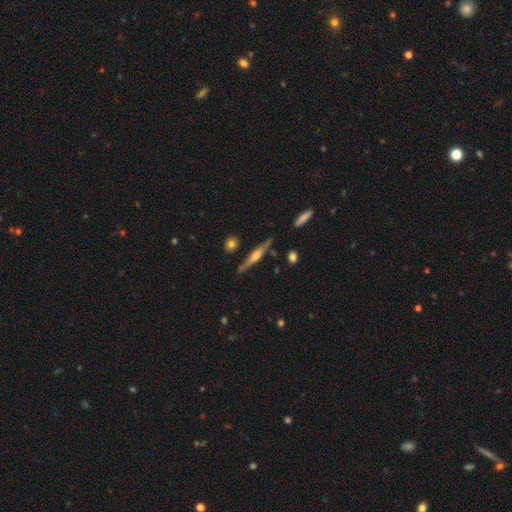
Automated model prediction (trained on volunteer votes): Smooth or featured: featured or disk — 73% (smooth — 21%)
Edge-on disk: yes — 97% (no — 3%)
Edge-on bulge: rounded — 80% (boxy — 14%)
Merging: none — 85% (minor disturbance — 10%)